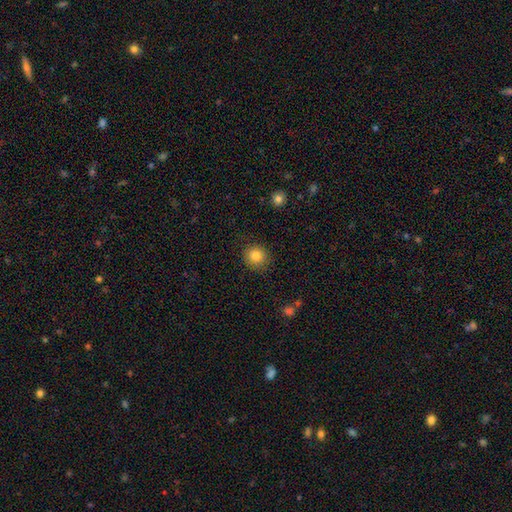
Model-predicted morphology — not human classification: This is clearly a smooth galaxy (83%). How rounded: clearly round (91%). Merging: clearly none (90%).